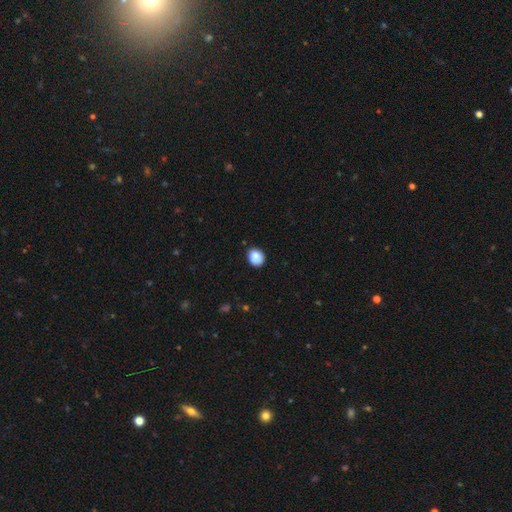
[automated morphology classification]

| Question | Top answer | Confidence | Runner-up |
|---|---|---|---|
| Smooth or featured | smooth | 84% | star or artifact (9%) |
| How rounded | round | 72% | in between (27%) |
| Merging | none | 80% | minor disturbance (16%) |